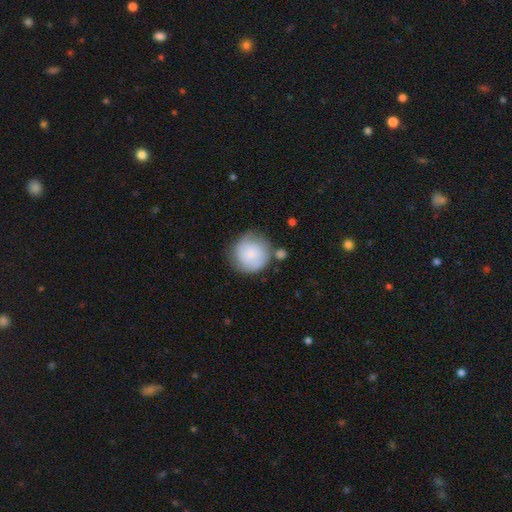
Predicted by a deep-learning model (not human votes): This appears to be a smooth galaxy with no disk features (72%) that is round (91%). Merging: none (59%).